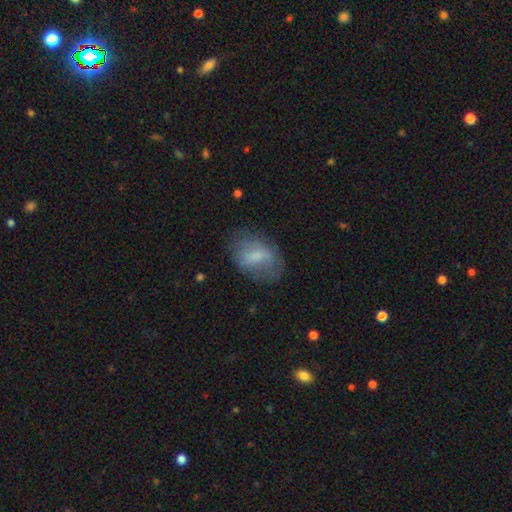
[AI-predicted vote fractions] smooth-or-featured: smooth: 62% | featured or disk: 30% | star or artifact: 9%
  how-rounded: in between: 80% | round: 18% | cigar-shaped: 2%
  merging: none: 59% | minor disturbance: 25% | major disturbance: 15% | merger: 2%